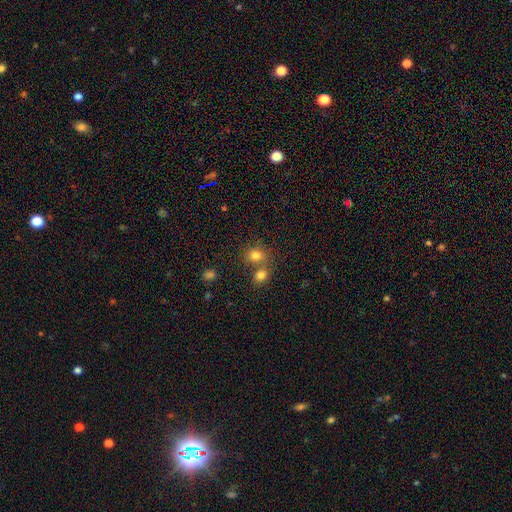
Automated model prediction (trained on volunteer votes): Smooth or featured? smooth (80%)
How rounded? round (63%)
Merging? none (47%)